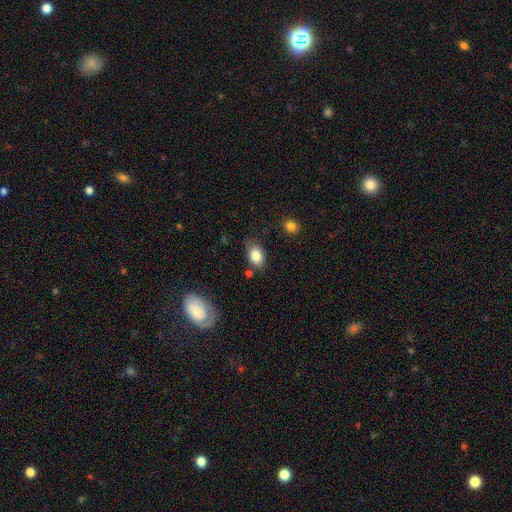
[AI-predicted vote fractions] Smooth or featured? Predicted: smooth (p=0.84). How rounded? Predicted: in between (p=0.78). Merging? Predicted: none (p=0.67).